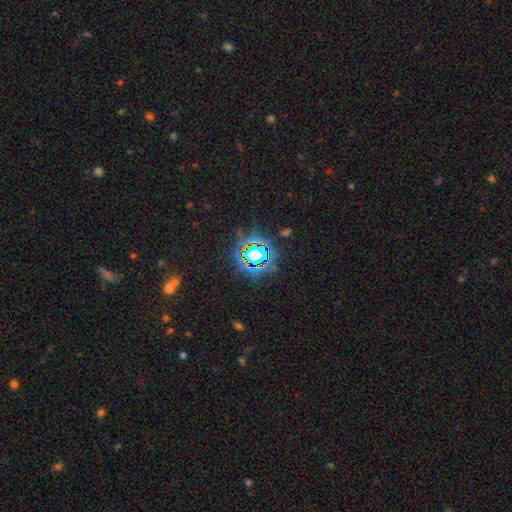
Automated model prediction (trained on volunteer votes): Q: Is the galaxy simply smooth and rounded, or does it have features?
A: star or artifact — 74%.